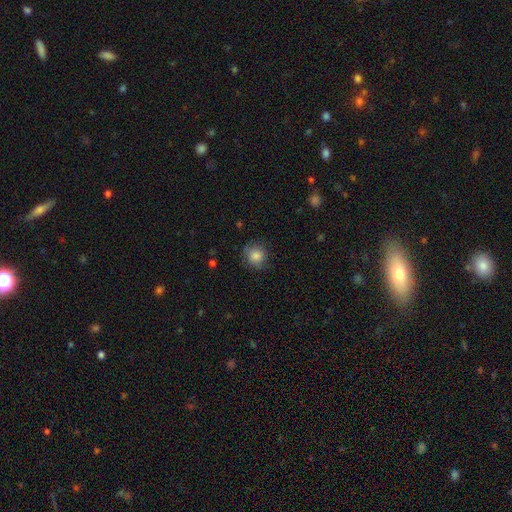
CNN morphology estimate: The model was most divided on "merging": none: 77%, minor disturbance: 17%, major disturbance: 5%, merger: 1%. More confident: how rounded — round (87%); smooth or featured — smooth (82%).